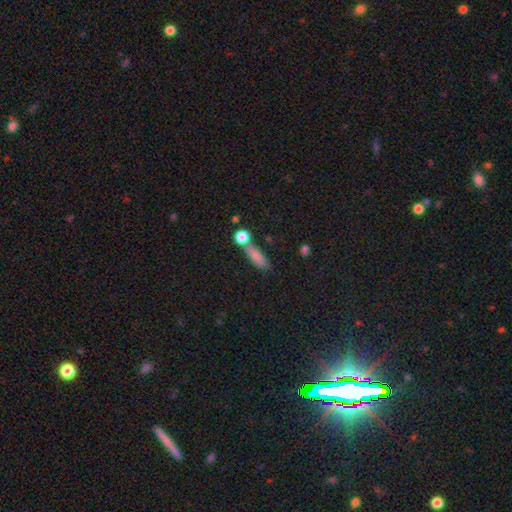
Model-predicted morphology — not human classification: Smooth or featured? smooth (79%)
How rounded? cigar-shaped (48%)
Merging? none (55%)